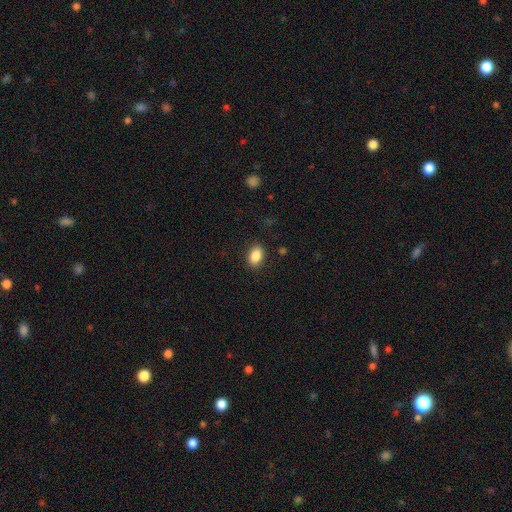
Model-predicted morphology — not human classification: A smooth galaxy with no disk features (87%) that is in between round and cigar-shaped (84%).

Vote fractions:
- Smooth or featured? smooth: 87% / star or artifact: 8% / featured or disk: 4%
- How rounded? in between: 84% / round: 15% / cigar-shaped: 1%
- Merging? none: 88% / minor disturbance: 9% / major disturbance: 3% / merger: 1%